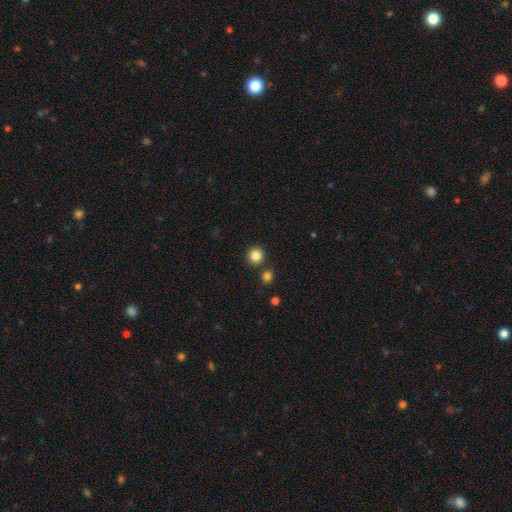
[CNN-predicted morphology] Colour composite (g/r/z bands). It shows a smooth galaxy with no disk features (85%) that is round (94%). Merging: none (86%).